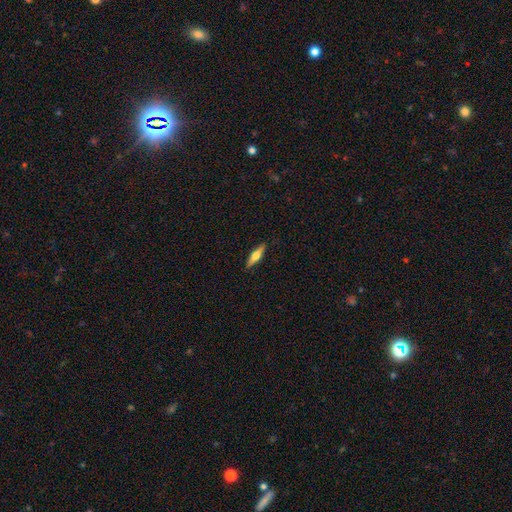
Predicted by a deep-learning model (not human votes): This is possibly a featured or disk galaxy (53%). It is clearly viewed edge-on (95%). Edge-on bulge: clearly rounded (92%). Merging: clearly none (90%).